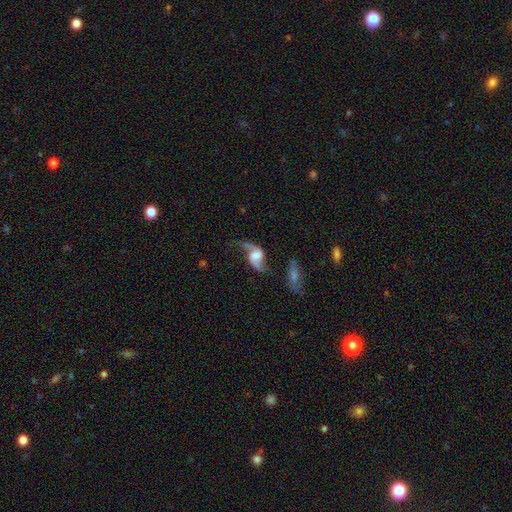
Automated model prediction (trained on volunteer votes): A featured or disk galaxy (83%) with no bar (46%), 2 (90%) loose (81%) spiral arms (94%) and no central bulge (29%).

Vote fractions:
- Smooth or featured? featured or disk: 83% / smooth: 10% / star or artifact: 6%
- Edge-on disk? no: 96% / yes: 4%
- Bar? no: 46% / weak: 41% / strong: 14%
- Spiral arms? yes: 94% / no: 6%
- Spiral winding? loose: 81% / medium: 15% / tight: 3%
- Spiral arm count? 2: 90% / 1: 5% / can't tell: 2% / 3: 1% / 4: 1% / more than 4: 1%
- Bulge size? none: 29% / large: 26% / moderate: 23% / small: 17% / dominant: 6%
- Merging? none: 55% / minor disturbance: 19% / major disturbance: 17% / merger: 8%